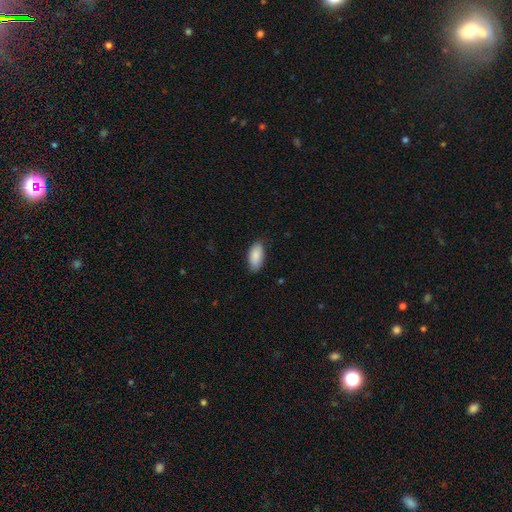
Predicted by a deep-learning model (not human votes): Smooth or featured? Predicted: smooth (p=0.88). How rounded? Predicted: in between (p=0.93). Merging? Predicted: none (p=0.83).